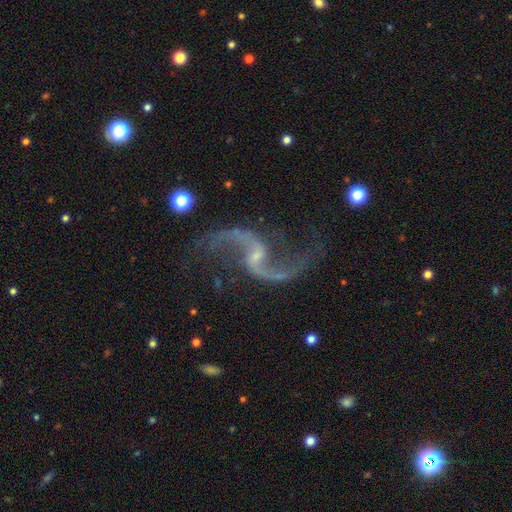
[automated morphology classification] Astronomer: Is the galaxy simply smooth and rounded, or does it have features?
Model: featured or disk — 93%.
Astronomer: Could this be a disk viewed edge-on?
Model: no — 98%.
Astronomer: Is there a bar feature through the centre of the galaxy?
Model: weak — 46% (runner-up: no, 38%).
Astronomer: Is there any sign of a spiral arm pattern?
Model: yes — 98%.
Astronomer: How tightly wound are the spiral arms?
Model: loose — 89%.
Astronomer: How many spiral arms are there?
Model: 2 — 95%.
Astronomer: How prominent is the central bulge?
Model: small — 71%.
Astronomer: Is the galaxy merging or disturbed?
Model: none — 73%.